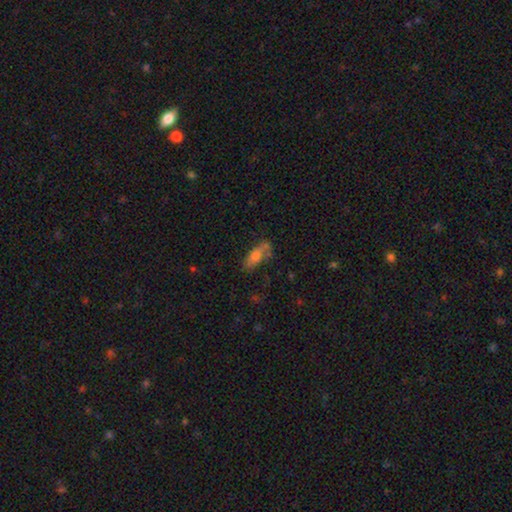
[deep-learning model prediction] Smooth or featured? Predicted: smooth (p=0.67). How rounded? Predicted: in between (p=0.69). Merging? Predicted: none (p=0.58).